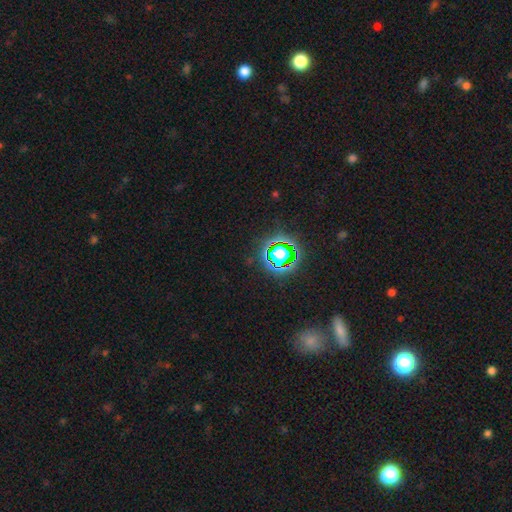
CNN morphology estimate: Q: Smooth or featured?
A: star or artifact (74%); runner-up: smooth (18%)